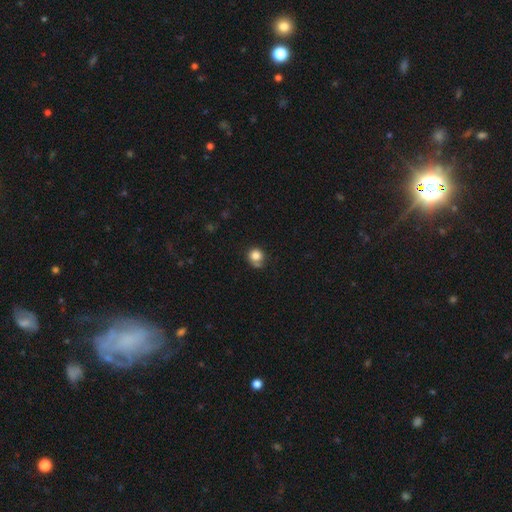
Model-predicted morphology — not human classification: Q: Smooth or featured?
A: smooth (83%); runner-up: star or artifact (11%)
Q: How rounded?
A: round (87%); runner-up: in between (12%)
Q: Merging?
A: none (65%); runner-up: minor disturbance (21%)